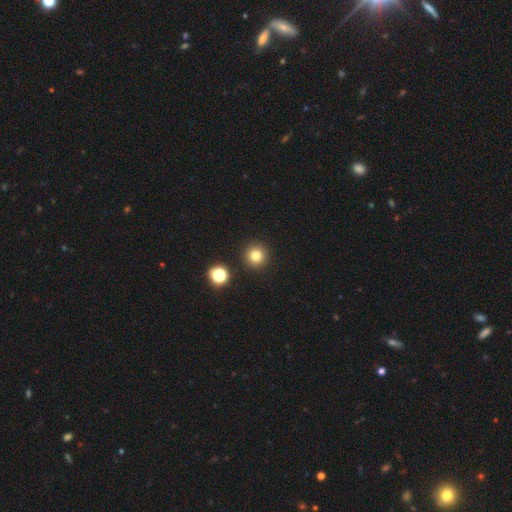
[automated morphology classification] Smooth or featured: smooth — 78% (star or artifact — 15%)
How rounded: round — 95% (in between — 4%)
Merging: none — 90% (minor disturbance — 5%)